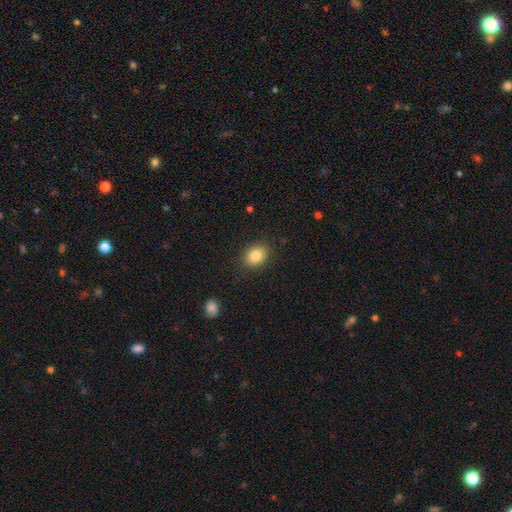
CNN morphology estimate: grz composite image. It shows a smooth galaxy with no disk features (84%) that is in between round and cigar-shaped (57%). Merging: none (87%).